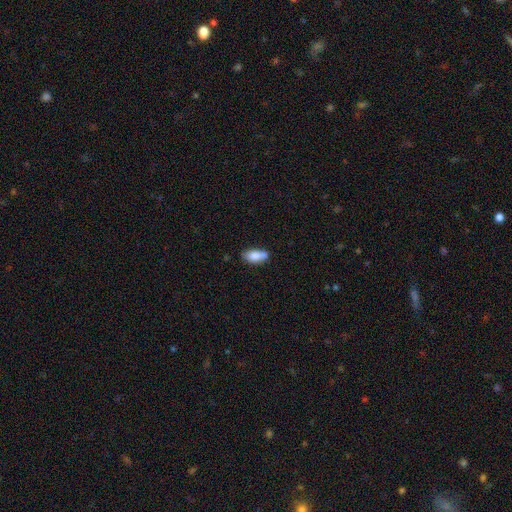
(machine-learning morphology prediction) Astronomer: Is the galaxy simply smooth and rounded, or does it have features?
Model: smooth — 82%.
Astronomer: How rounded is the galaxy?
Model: in between — 83%.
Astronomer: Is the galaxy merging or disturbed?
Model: none — 63%.